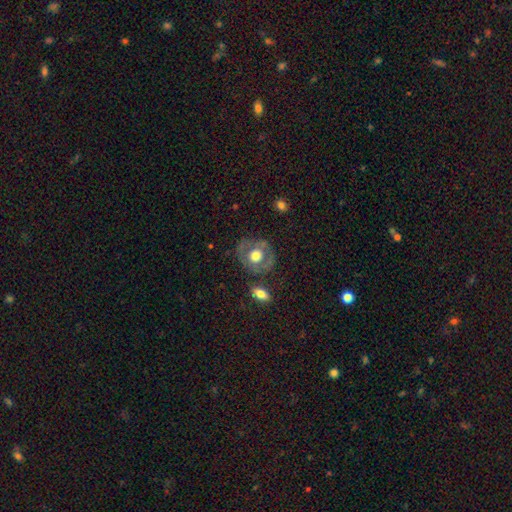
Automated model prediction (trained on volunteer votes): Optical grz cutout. It shows a featured or disk galaxy (48%). Merging: none (74%).